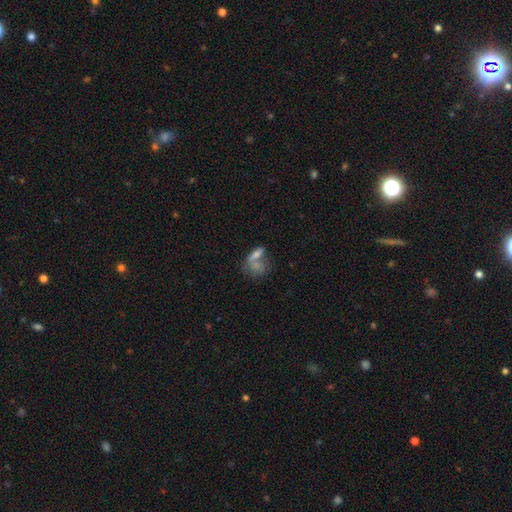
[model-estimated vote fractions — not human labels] Q: Smooth or featured?
A: smooth (65%); runner-up: featured or disk (24%)
Q: How rounded?
A: in between (69%); runner-up: round (20%)
Q: Merging?
A: merger (53%); runner-up: none (27%)